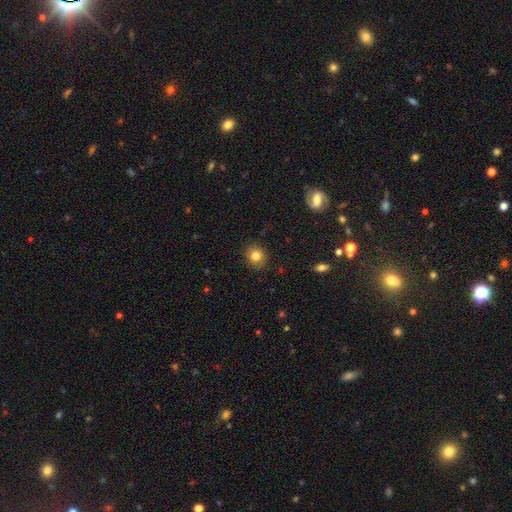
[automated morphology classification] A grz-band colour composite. It shows a smooth galaxy with no disk features (82%) that is round (80%). Merging: none (89%).